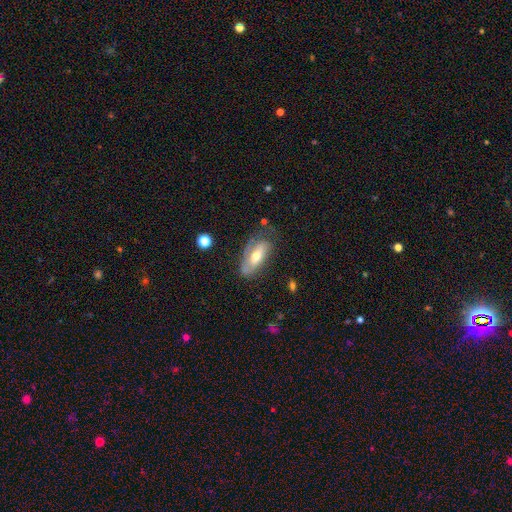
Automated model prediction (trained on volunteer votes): Smooth or featured: featured or disk — 49% (smooth — 44%)
Merging: none — 55% (minor disturbance — 27%)